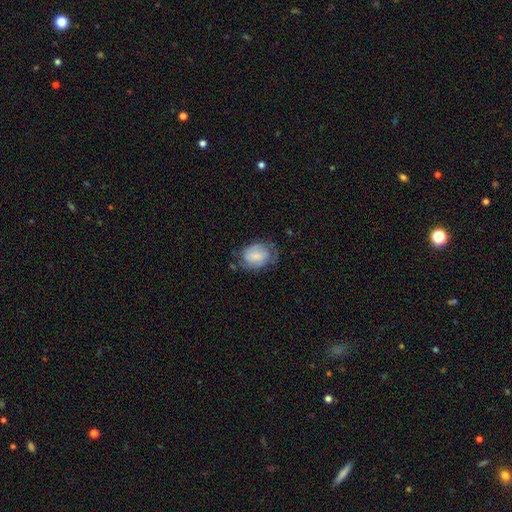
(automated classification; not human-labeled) Q: Smooth or featured?
A: featured or disk (46%); tied with: smooth (46%)
Q: Merging?
A: none (56%); runner-up: minor disturbance (29%)